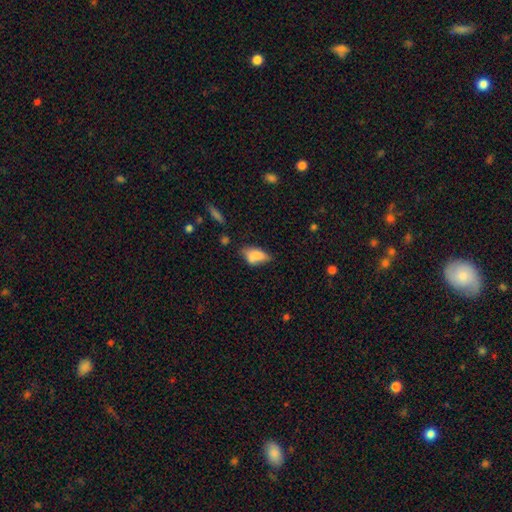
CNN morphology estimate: smooth_or_featured: smooth (p=0.75) [alt: featured or disk p=0.16]
how_rounded: in between (p=0.88) [alt: cigar-shaped p=0.07]
merging: none (p=0.38) [alt: minor disturbance p=0.34]